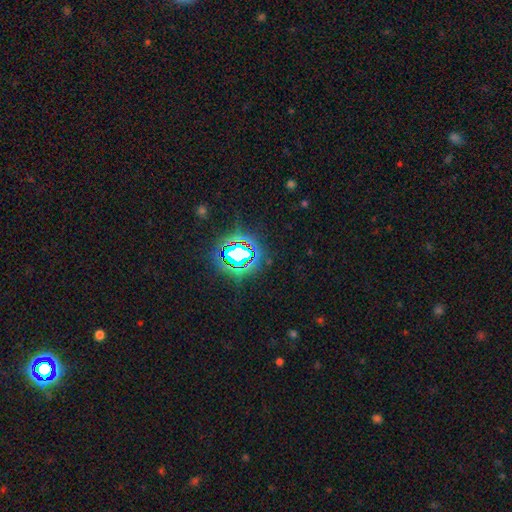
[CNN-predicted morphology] A star or artifact, not a galaxy (81%).

Vote fractions:
- Smooth or featured? star or artifact: 81% / smooth: 13% / featured or disk: 7%